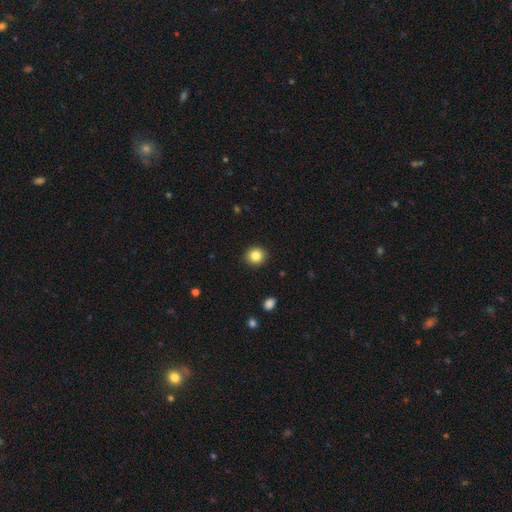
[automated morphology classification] The model was most divided on "smooth or featured": smooth: 84%, star or artifact: 10%, featured or disk: 5%. More confident: merging — none (92%); how rounded — round (88%).